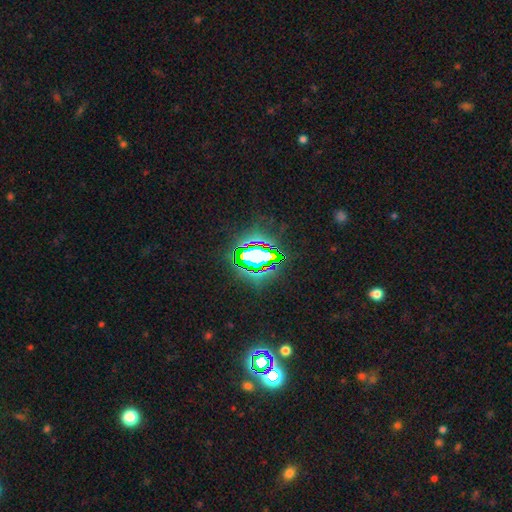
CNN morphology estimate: Overall: star or artifact (67%).